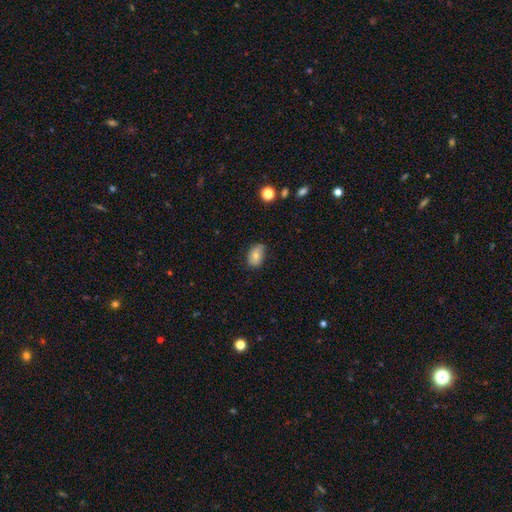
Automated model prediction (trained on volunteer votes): Q: Smooth or featured?
A: smooth (73%); runner-up: featured or disk (18%)
Q: How rounded?
A: in between (82%); runner-up: round (17%)
Q: Merging?
A: none (63%); runner-up: minor disturbance (30%)